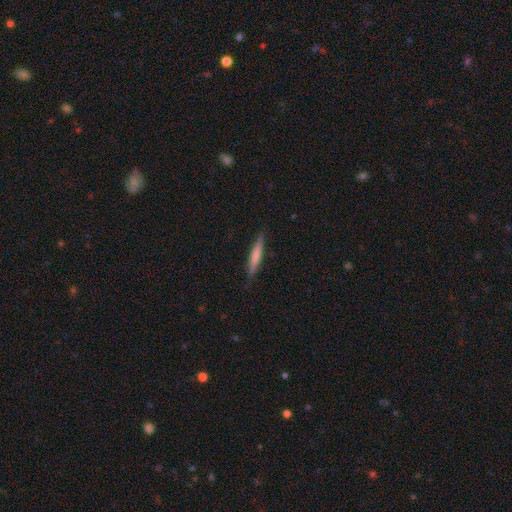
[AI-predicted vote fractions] smooth-or-featured: smooth: 65% | featured or disk: 29% | star or artifact: 6%
  how-rounded: cigar-shaped: 93% | in between: 6% | round: 1%
  merging: none: 87% | minor disturbance: 10% | major disturbance: 2% | merger: 1%